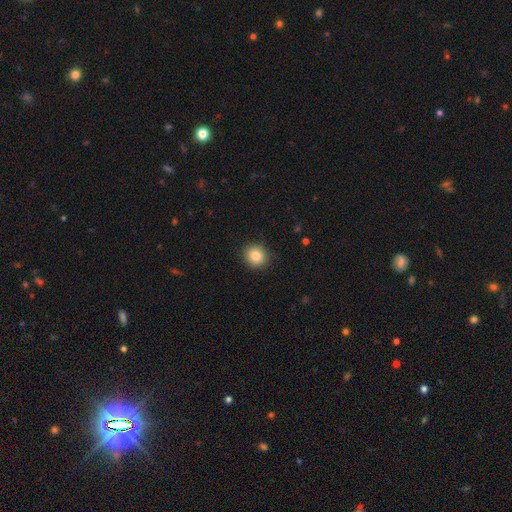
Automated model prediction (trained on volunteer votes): Smooth or featured?
  - smooth: 84% *
  - star or artifact: 10%
  - featured or disk: 6%
How rounded?
  - round: 88% *
  - in between: 11%
  - cigar-shaped: 1%
Merging?
  - none: 90% *
  - minor disturbance: 7%
  - major disturbance: 2%
  - merger: 1%